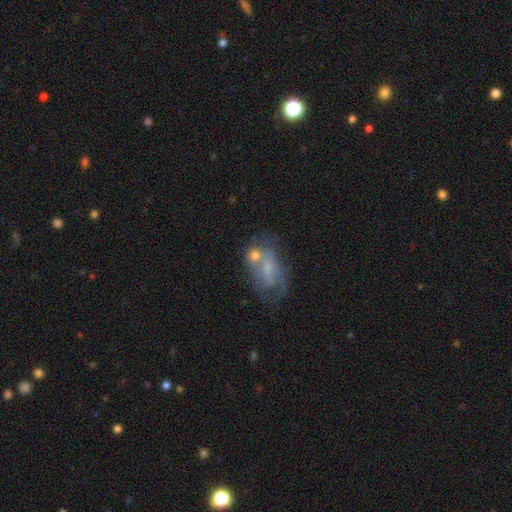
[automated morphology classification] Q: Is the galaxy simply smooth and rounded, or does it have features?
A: featured or disk — 51%.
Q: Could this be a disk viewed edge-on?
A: no — 94%.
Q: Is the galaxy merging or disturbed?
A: none — 50%.